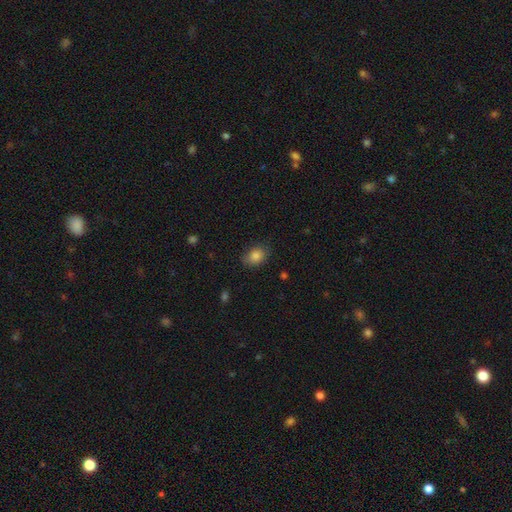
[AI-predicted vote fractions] A smooth galaxy with no disk features (85%) that is in between round and cigar-shaped (62%). Merging: none (73%).